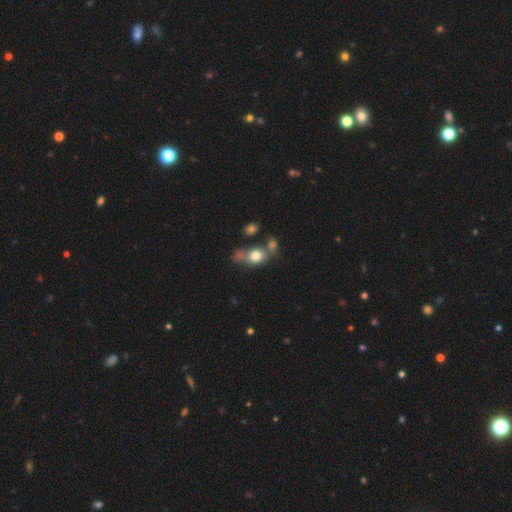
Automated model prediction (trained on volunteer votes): Smooth or featured? Predicted: smooth (p=0.76). How rounded? Predicted: round (p=0.51). Merging? Predicted: none (p=0.40).